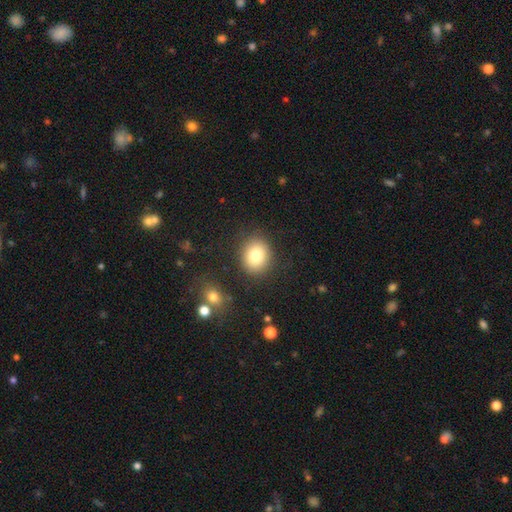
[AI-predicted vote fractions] A smooth galaxy with no disk features (82%) that is round (63%). Merging: none (85%).